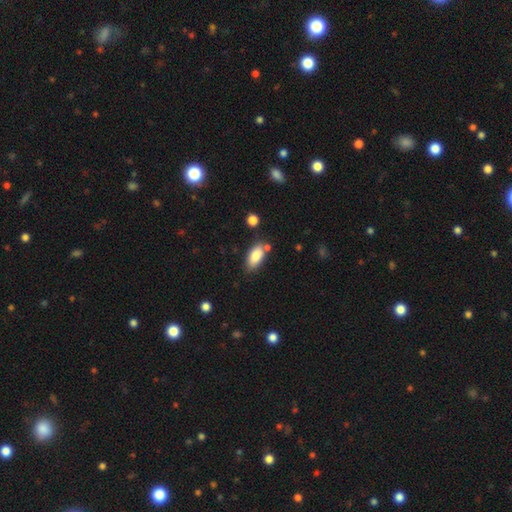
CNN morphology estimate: A smooth galaxy with no disk features (84%) that is in between round and cigar-shaped (89%). Merging: none (70%).